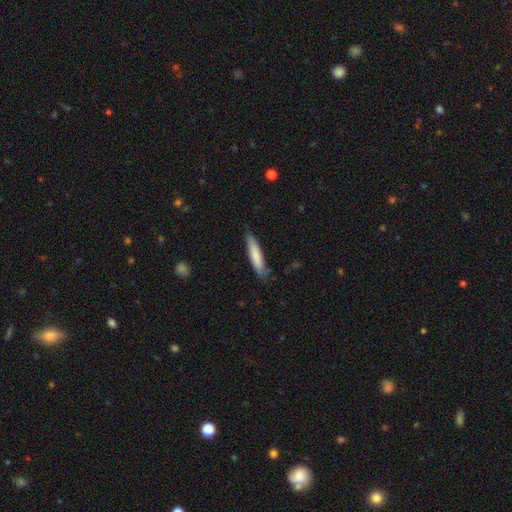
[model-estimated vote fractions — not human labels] Smooth or featured: smooth — 78% (featured or disk — 16%)
How rounded: cigar-shaped — 86% (in between — 13%)
Merging: none — 79% (minor disturbance — 17%)